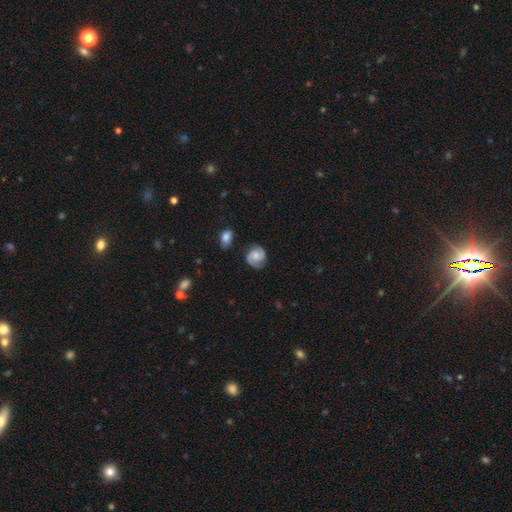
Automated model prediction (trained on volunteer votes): Smooth or featured?
  - featured or disk: 80% *
  - smooth: 14%
  - star or artifact: 6%
Edge-on disk?
  - no: 98% *
  - yes: 2%
Bar?
  - no: 62% *
  - weak: 31%
  - strong: 7%
Spiral arms?
  - yes: 97% *
  - no: 3%
Spiral winding?
  - medium: 45% * (tied)
  - tight: 45% * (tied)
  - loose: 11%
Spiral arm count?
  - 2: 90% *
  - can't tell: 4%
  - 1: 3%
  - 3: 2%
  - 4: 1%
  - more than 4: 1%
Bulge size?
  - moderate: 56% *
  - small: 30%
  - none: 7%
  - large: 6%
  - dominant: 1%
Merging?
  - none: 80% *
  - minor disturbance: 13%
  - major disturbance: 4%
  - merger: 3%